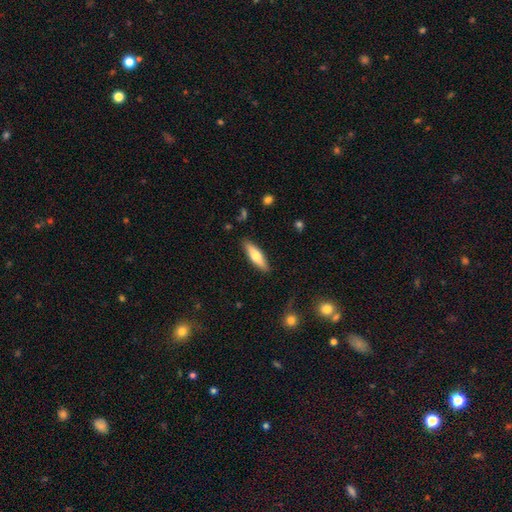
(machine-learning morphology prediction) Smooth or featured? Predicted: smooth (p=0.61). How rounded? Predicted: cigar-shaped (p=0.64). Merging? Predicted: none (p=0.88).